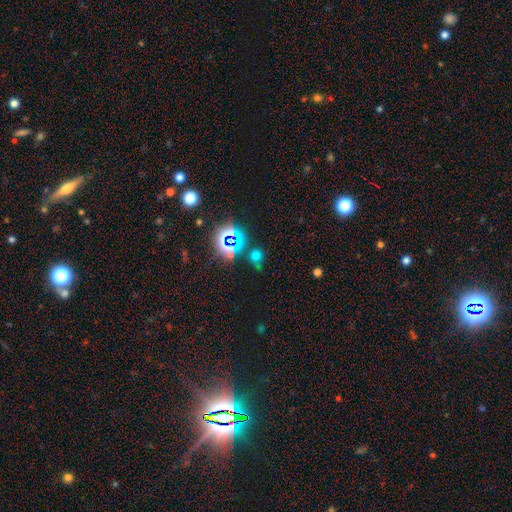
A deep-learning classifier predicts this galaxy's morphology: A smooth galaxy with no disk features (49%).

Vote fractions:
- Smooth or featured? smooth: 49% / star or artifact: 44% / featured or disk: 7%
- Merging? none: 69% / minor disturbance: 15% / merger: 9% / major disturbance: 7%